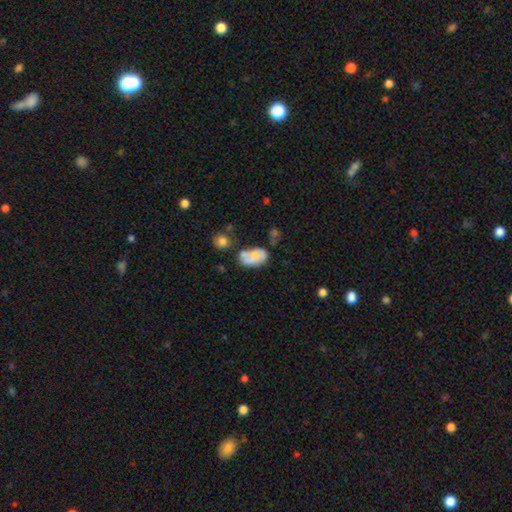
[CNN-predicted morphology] A smooth galaxy with no disk features (64%) that is in between round and cigar-shaped (90%).

Vote fractions:
- Smooth or featured? smooth: 64% / featured or disk: 29% / star or artifact: 8%
- How rounded? in between: 90% / round: 8% / cigar-shaped: 1%
- Merging? none: 39% / minor disturbance: 27% / merger: 22% / major disturbance: 12%